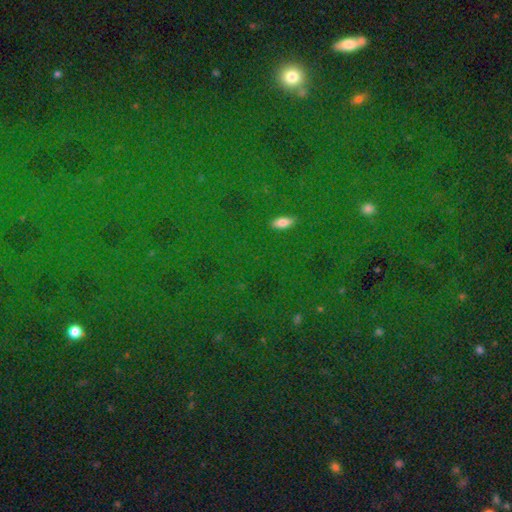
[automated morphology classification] type=star or artifact (72%).